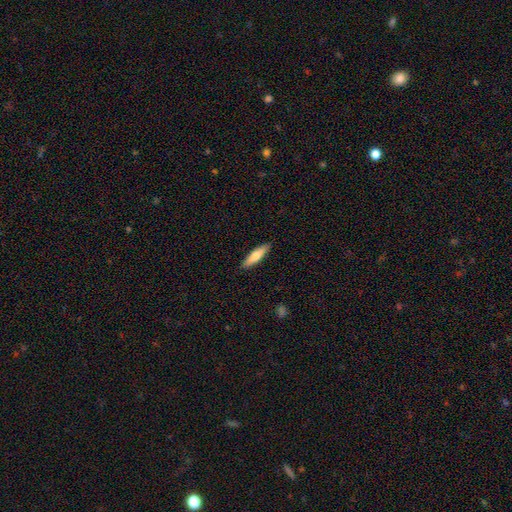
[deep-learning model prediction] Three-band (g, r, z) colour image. It shows a smooth galaxy with no disk features (67%) that is cigar-shaped (74%). Merging: none (90%).